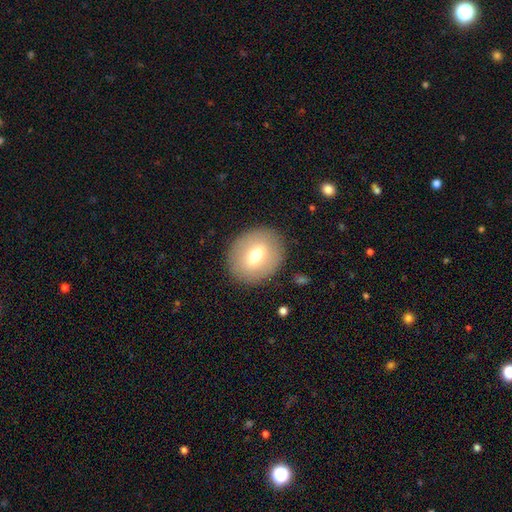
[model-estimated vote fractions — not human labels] This appears to be a smooth galaxy with no disk features (63%) that is round (68%). Merging: none (87%).